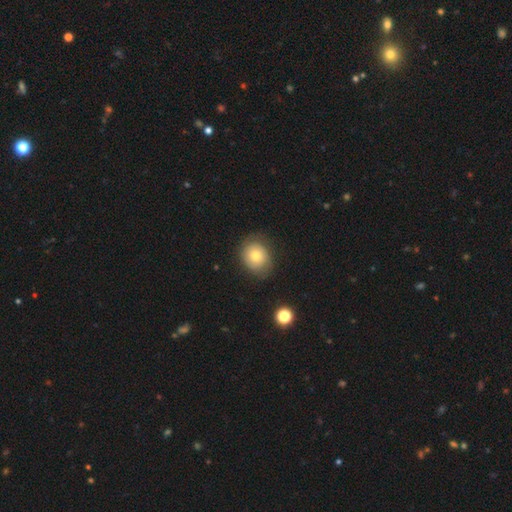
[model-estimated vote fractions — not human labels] Smooth or featured? Predicted: smooth (p=0.69). How rounded? Predicted: round (p=0.69). Merging? Predicted: none (p=0.74).